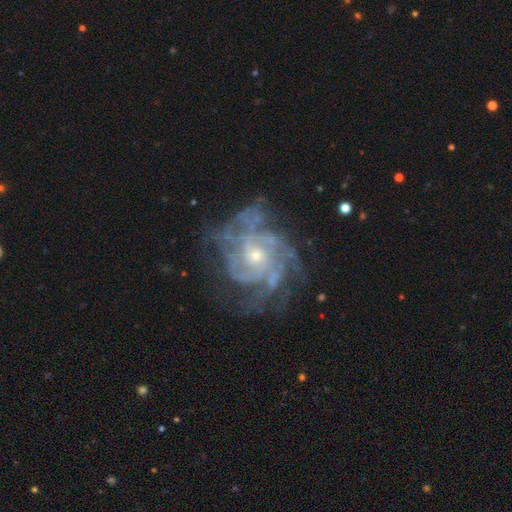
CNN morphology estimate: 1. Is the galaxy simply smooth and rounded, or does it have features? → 88% featured or disk, 7% star or artifact, 5% smooth.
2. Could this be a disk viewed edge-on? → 97% no, 3% yes.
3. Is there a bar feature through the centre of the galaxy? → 75% no, 20% weak, 5% strong.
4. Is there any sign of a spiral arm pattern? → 95% yes, 5% no.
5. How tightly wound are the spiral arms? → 60% tight, 32% medium, 7% loose.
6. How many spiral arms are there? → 29% can't tell, 25% 4, 16% 3, 14% more than 4, 10% 2, 6% 1.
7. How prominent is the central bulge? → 68% small, 29% moderate, 1% large, 1% none, 1% dominant.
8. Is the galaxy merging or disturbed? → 62% none, 20% minor disturbance, 16% major disturbance, 2% merger.